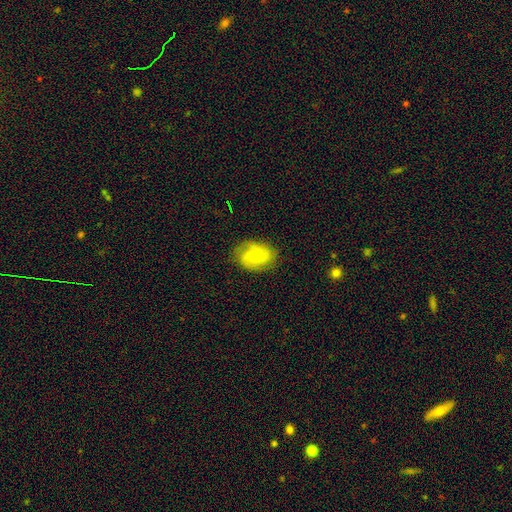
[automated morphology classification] Smooth or featured?
  - featured or disk: 50% *
  - smooth: 42%
  - star or artifact: 8%
Edge-on disk?
  - no: 96% *
  - yes: 4%
Merging?
  - none: 74% *
  - minor disturbance: 19%
  - major disturbance: 6%
  - merger: 1%